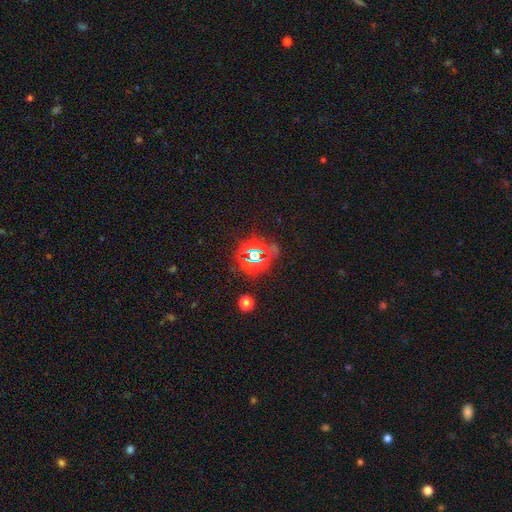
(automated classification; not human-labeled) smooth_or_featured: star or artifact (p=0.71) [alt: smooth p=0.19]